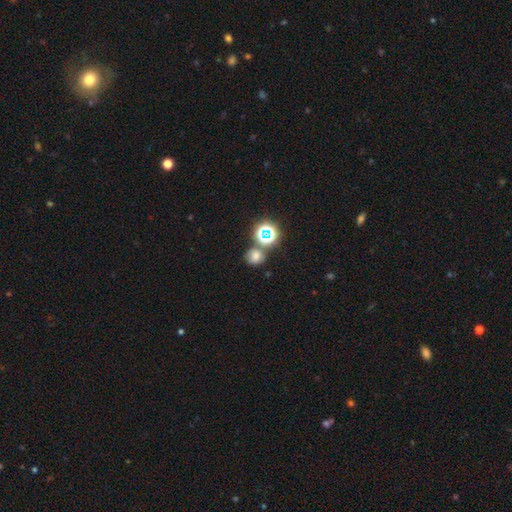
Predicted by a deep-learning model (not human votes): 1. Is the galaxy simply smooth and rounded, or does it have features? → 64% smooth, 27% star or artifact, 9% featured or disk.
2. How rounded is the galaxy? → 77% round, 22% in between, 1% cigar-shaped.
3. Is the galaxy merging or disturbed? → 66% none, 17% merger, 12% minor disturbance, 4% major disturbance.